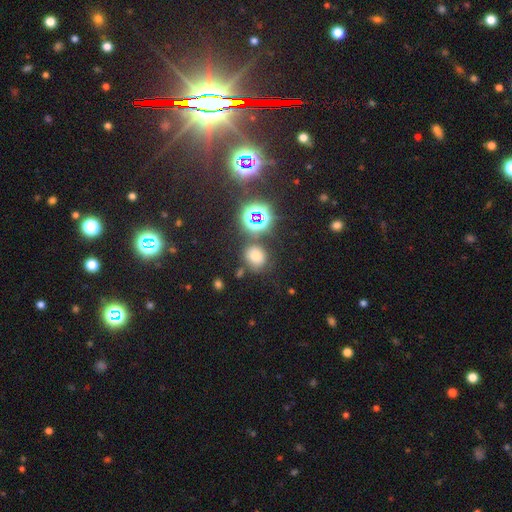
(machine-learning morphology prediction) smooth_or_featured: smooth (p=0.62) [alt: star or artifact p=0.28]
how_rounded: round (p=0.72) [alt: in between p=0.26]
merging: none (p=0.73) [alt: minor disturbance p=0.13]